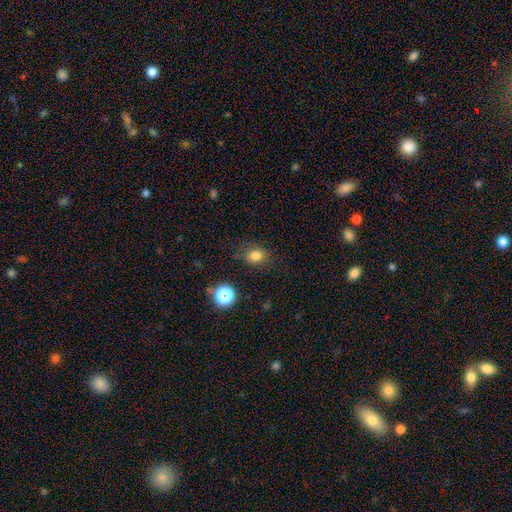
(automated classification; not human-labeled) Smooth or featured? smooth (79%)
How rounded? in between (55%)
Merging? none (78%)